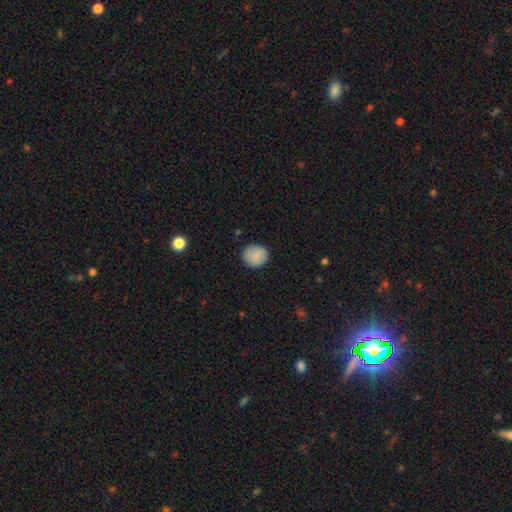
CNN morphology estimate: type=smooth (88%); roundness=round (86%); merging=none (88%).